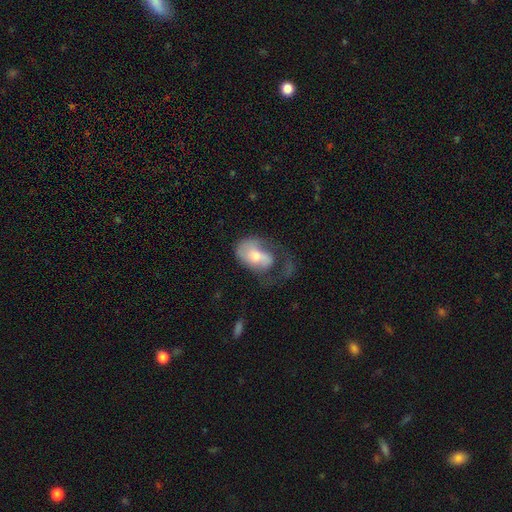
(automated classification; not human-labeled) Smooth or featured: featured or disk — 48% (smooth — 45%)
Merging: major disturbance — 54% (none — 23%)